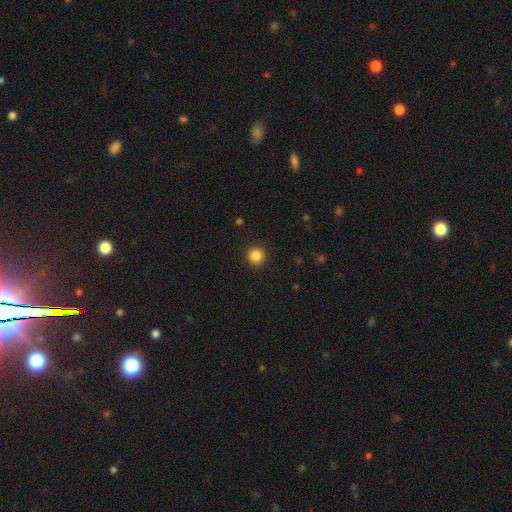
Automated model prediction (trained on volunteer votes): Smooth or featured: smooth — 86% (star or artifact — 11%)
How rounded: round — 95% (in between — 4%)
Merging: none — 92% (minor disturbance — 5%)